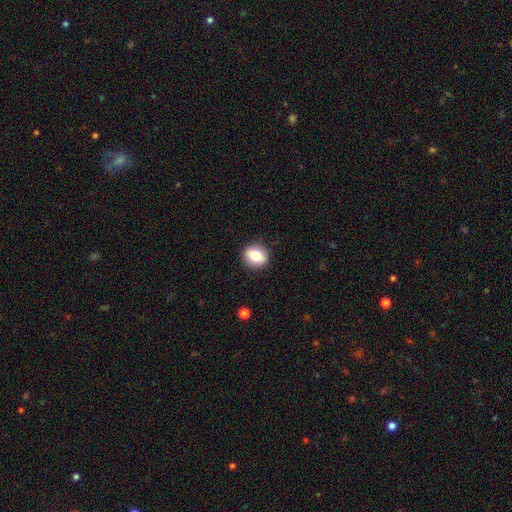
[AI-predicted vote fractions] This appears to be a smooth galaxy with no disk features (78%) that is round (74%). Merging: none (89%).